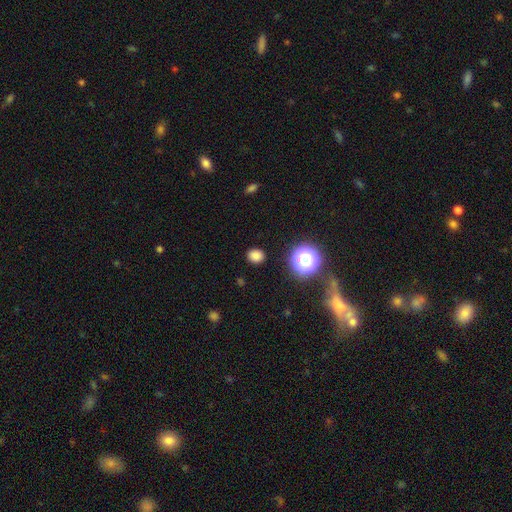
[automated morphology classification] A smooth galaxy with no disk features (79%) that is round (61%).

Vote fractions:
- Smooth or featured? smooth: 79% / star or artifact: 16% / featured or disk: 4%
- How rounded? round: 61% / in between: 38% / cigar-shaped: 1%
- Merging? none: 88% / minor disturbance: 8% / major disturbance: 3% / merger: 1%